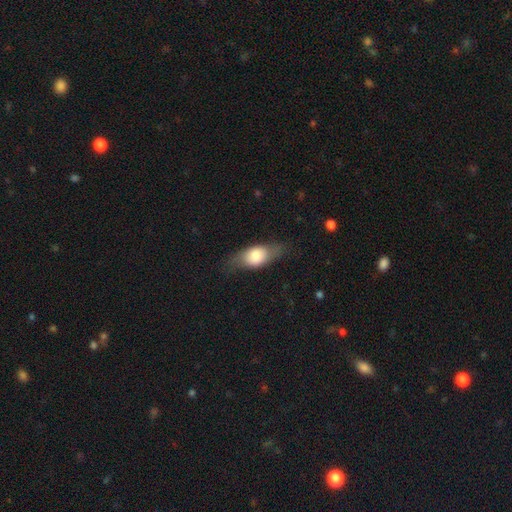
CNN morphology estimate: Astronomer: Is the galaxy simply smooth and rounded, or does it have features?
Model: smooth — 65%.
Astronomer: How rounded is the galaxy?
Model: in between — 78%.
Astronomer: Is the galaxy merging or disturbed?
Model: none — 71%.